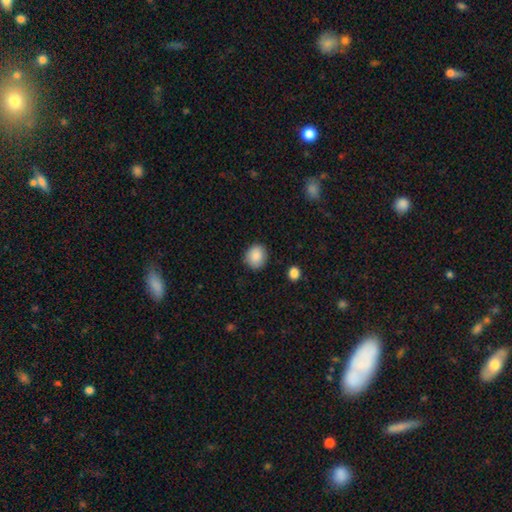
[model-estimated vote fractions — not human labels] Morphology: type=smooth (88%); roundness=round (76%); merging=none (87%).